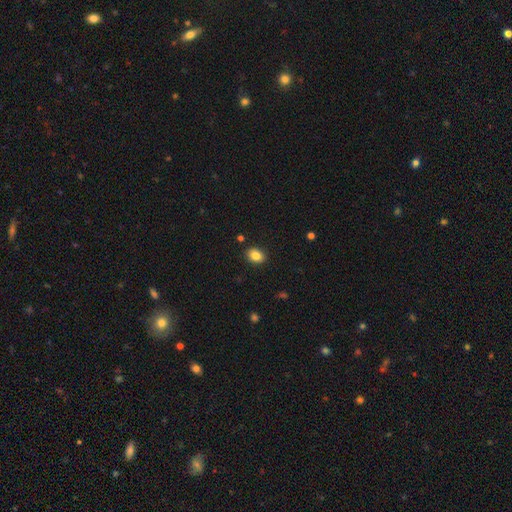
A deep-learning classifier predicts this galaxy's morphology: The model was most divided on "how rounded": in between: 66%, round: 33%, cigar-shaped: 1%. More confident: merging — none (89%); smooth or featured — smooth (85%).